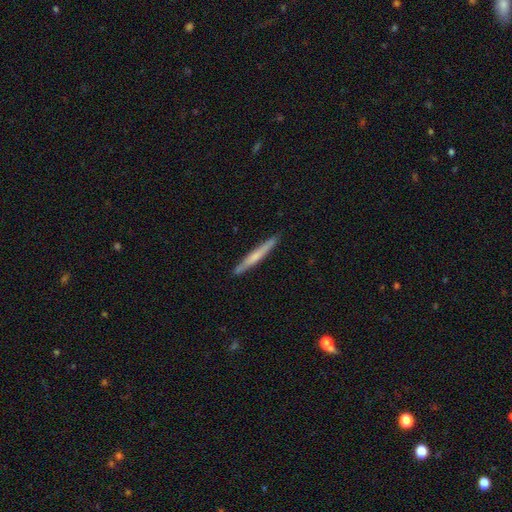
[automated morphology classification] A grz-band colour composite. It shows a smooth galaxy with no disk features (51%) that is cigar-shaped (96%). Merging: none (90%).